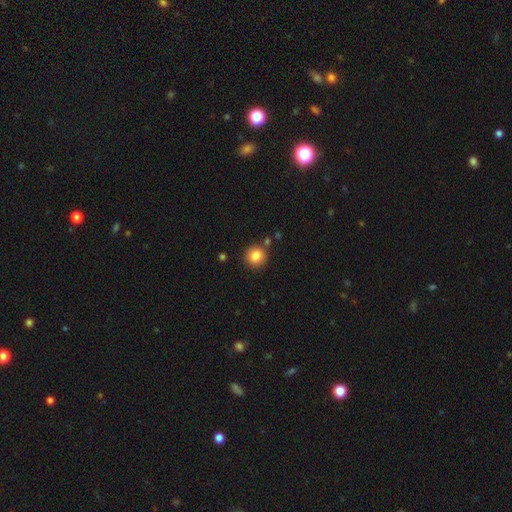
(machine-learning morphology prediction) smooth-or-featured: smooth: 84% | star or artifact: 10% | featured or disk: 6%
  how-rounded: round: 92% | in between: 7% | cigar-shaped: 1%
  merging: none: 84% | minor disturbance: 8% | merger: 6% | major disturbance: 2%